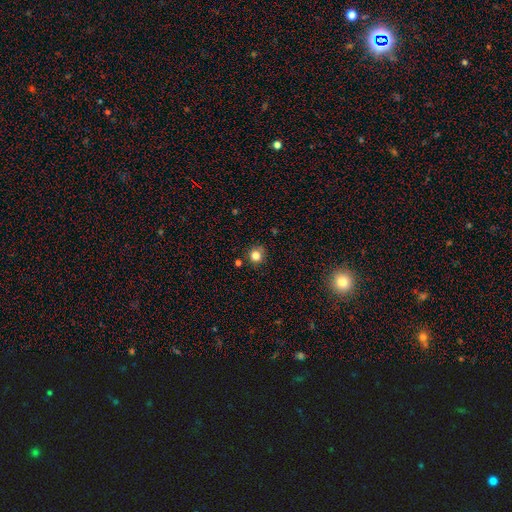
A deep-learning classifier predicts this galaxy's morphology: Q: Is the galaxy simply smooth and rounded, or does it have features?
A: smooth — 81%.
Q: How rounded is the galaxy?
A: round — 91%.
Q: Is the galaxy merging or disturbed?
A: none — 84%.